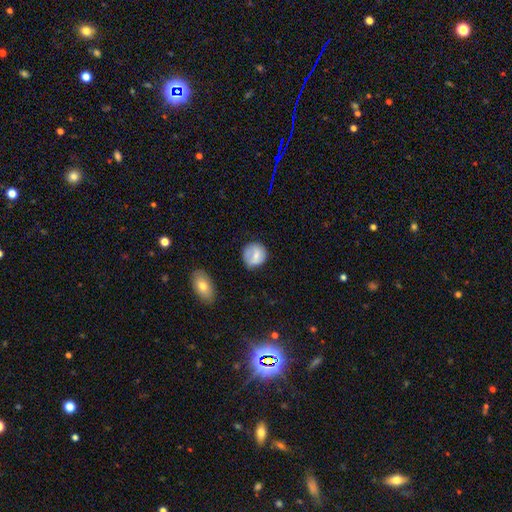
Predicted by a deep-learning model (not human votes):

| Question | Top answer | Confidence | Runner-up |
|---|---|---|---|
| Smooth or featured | smooth | 70% | featured or disk (22%) |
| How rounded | round | 81% | in between (18%) |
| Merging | none | 71% | minor disturbance (20%) |